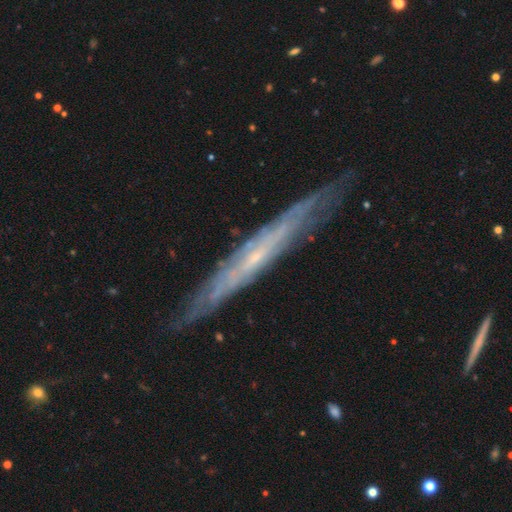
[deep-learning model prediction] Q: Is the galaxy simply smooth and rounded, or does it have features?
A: featured or disk — 76%.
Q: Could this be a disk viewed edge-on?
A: yes — 75%.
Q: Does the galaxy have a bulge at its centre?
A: none — 64%.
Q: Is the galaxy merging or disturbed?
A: none — 83%.